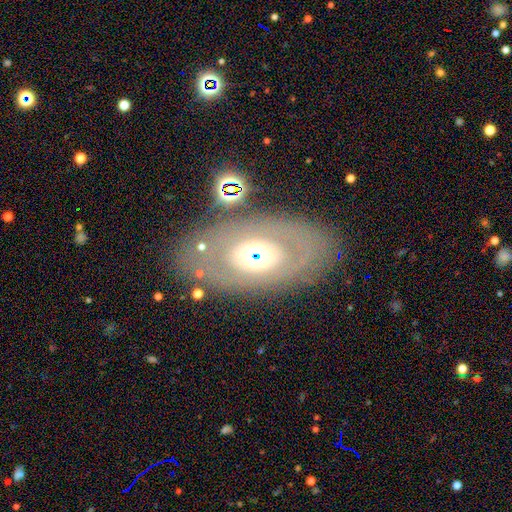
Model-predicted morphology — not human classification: Q: Smooth or featured?
A: featured or disk (51%); runner-up: smooth (39%)
Q: Edge-on disk?
A: no (88%); runner-up: yes (12%)
Q: Merging?
A: none (77%); runner-up: minor disturbance (11%)